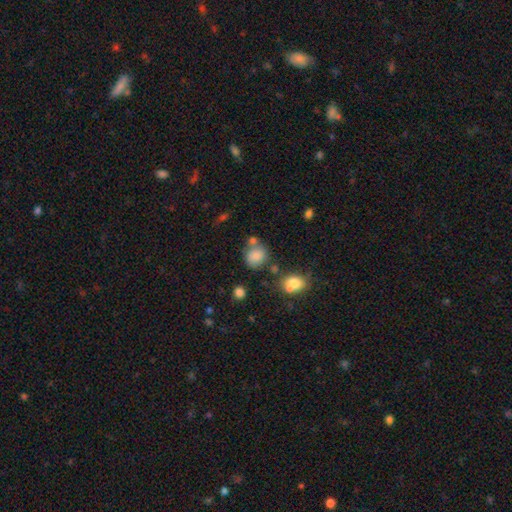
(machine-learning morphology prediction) A smooth galaxy with no disk features (80%) that is round (75%).

Vote fractions:
- Smooth or featured? smooth: 80% / star or artifact: 11% / featured or disk: 9%
- How rounded? round: 75% / in between: 24% / cigar-shaped: 1%
- Merging? none: 62% / minor disturbance: 16% / merger: 16% / major disturbance: 6%